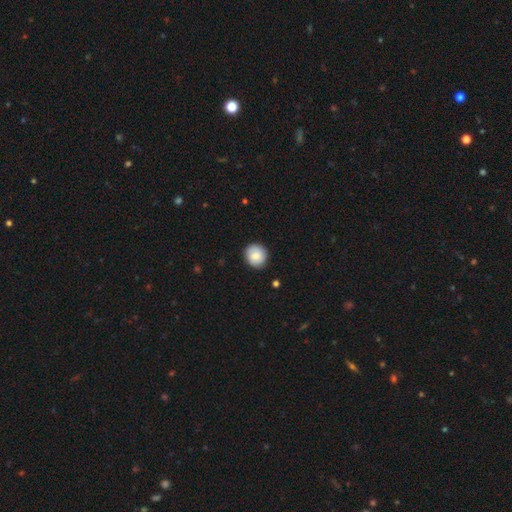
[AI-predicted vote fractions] The model was most divided on "smooth or featured": smooth: 78%, featured or disk: 15%, star or artifact: 7%. More confident: merging — none (87%); how rounded — round (86%).